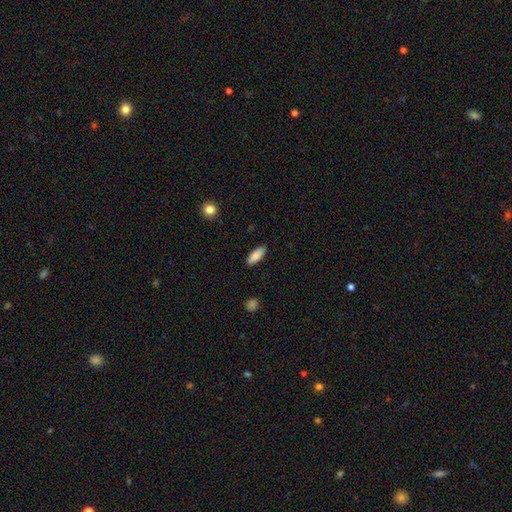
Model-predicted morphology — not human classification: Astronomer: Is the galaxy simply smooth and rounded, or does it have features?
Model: smooth — 87%.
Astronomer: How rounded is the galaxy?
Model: in between — 73%.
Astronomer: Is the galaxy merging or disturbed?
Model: none — 88%.